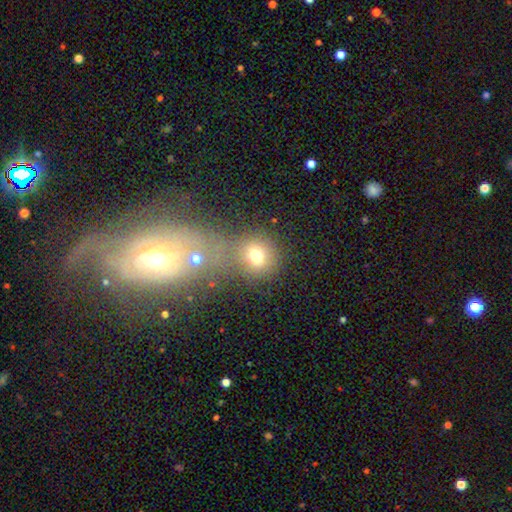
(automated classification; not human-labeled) Smooth or featured: smooth — 69% (star or artifact — 19%)
How rounded: round — 79% (in between — 19%)
Merging: none — 50% (merger — 33%)